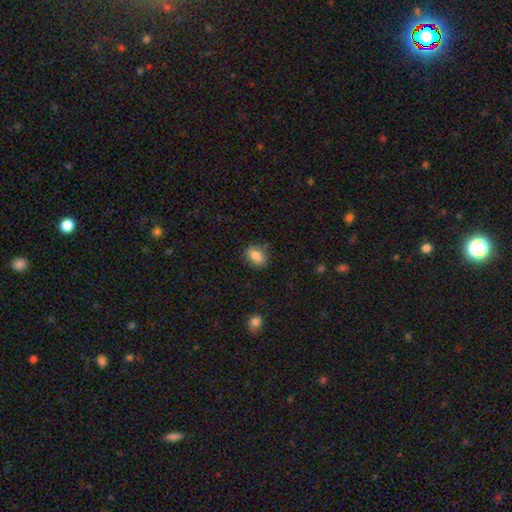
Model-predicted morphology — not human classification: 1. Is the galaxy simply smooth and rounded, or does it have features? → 84% smooth, 9% star or artifact, 7% featured or disk.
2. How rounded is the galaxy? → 73% in between, 25% round, 2% cigar-shaped.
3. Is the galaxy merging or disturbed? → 76% none, 18% minor disturbance, 4% major disturbance, 2% merger.